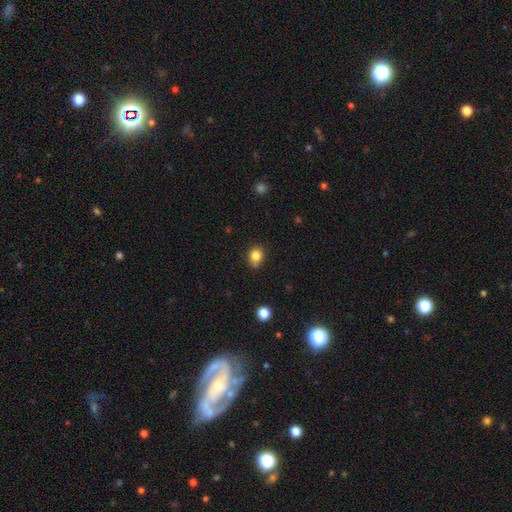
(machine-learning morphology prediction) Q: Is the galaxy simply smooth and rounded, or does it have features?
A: smooth — 84%.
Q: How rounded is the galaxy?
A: round — 65%.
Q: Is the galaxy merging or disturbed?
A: none — 79%.